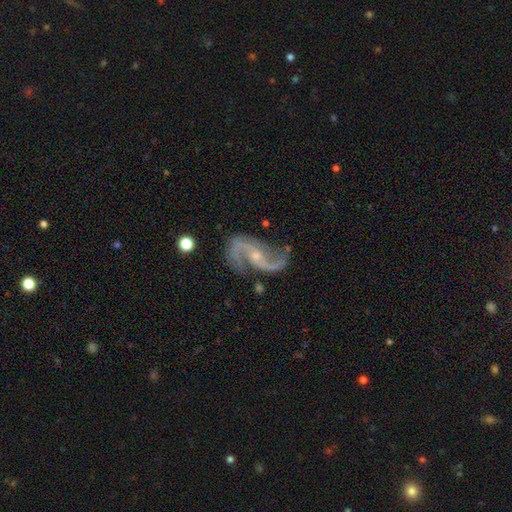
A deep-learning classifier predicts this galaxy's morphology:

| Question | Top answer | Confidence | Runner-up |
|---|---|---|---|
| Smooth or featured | featured or disk | 92% | star or artifact (5%) |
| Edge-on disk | no | 97% | yes (3%) |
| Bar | no | 47% | weak (37%) |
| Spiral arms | yes | 97% | no (3%) |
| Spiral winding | loose | 65% | medium (28%) |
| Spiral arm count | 2 | 93% | can't tell (2%) |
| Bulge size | small | 70% | moderate (23%) |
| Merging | none | 71% | minor disturbance (16%) |